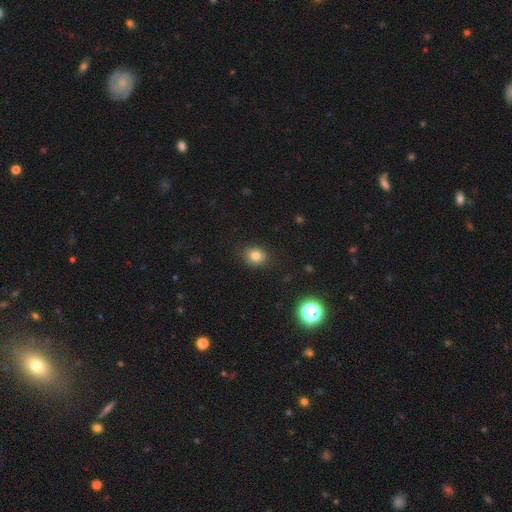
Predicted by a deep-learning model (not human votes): This is clearly a smooth galaxy (80%). How rounded: likely round (68%). Merging: clearly none (84%).